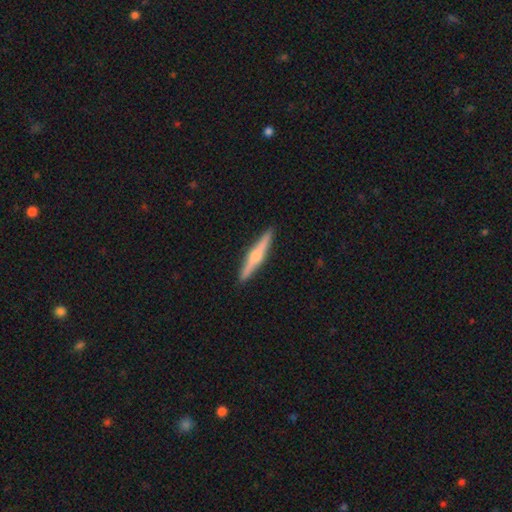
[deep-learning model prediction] Morphology: type=featured or disk (66%); edge-on=yes (97%); edge-on bulge=rounded (87%); merging=none (91%).